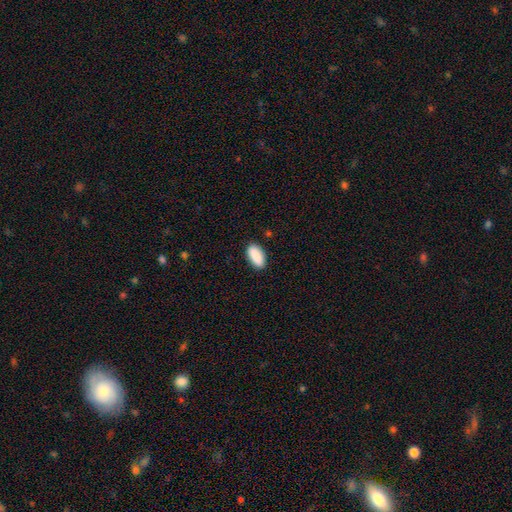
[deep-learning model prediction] smooth-or-featured: smooth: 89% | star or artifact: 7% | featured or disk: 4%
  how-rounded: in between: 87% | cigar-shaped: 10% | round: 3%
  merging: none: 87% | minor disturbance: 9% | major disturbance: 2% | merger: 1%